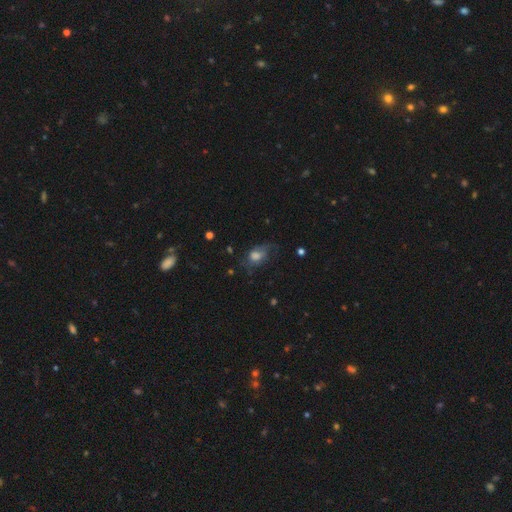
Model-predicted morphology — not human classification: type=smooth (51%); roundness=in between (76%); merging=none (42%).